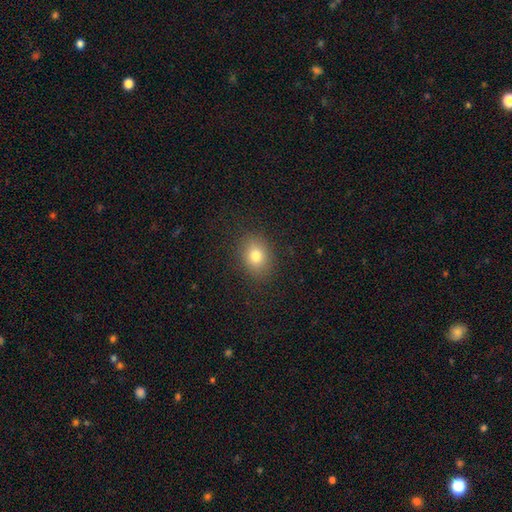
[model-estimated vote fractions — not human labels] Morphology: type=smooth (78%); roundness=in between (55%); merging=none (87%).